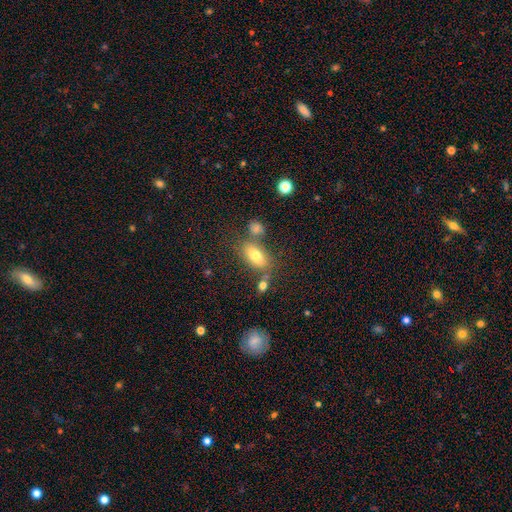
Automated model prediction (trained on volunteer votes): Smooth or featured? Predicted: smooth (p=0.75). How rounded? Predicted: in between (p=0.87). Merging? Predicted: none (p=0.65).